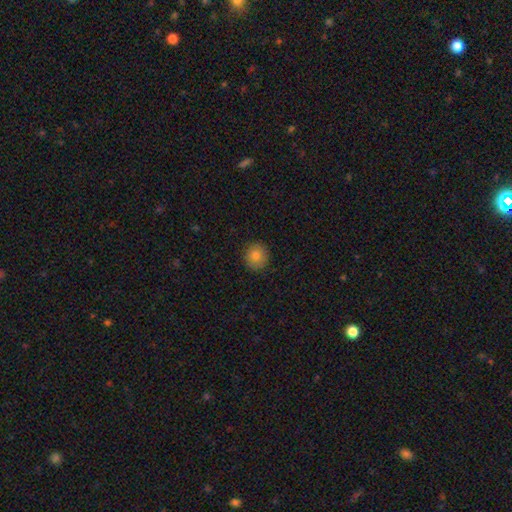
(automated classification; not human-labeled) A smooth galaxy with no disk features (81%) that is round (90%). Merging: none (89%).